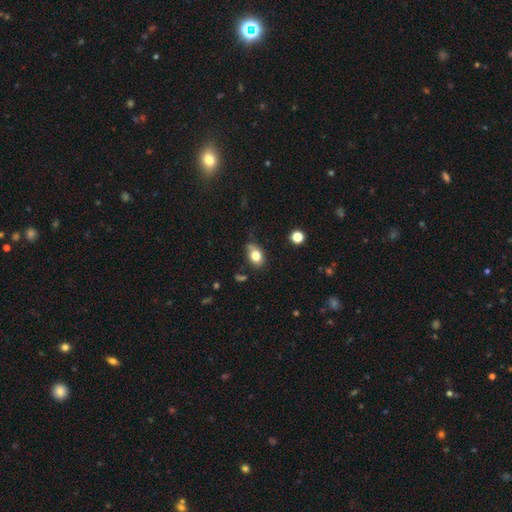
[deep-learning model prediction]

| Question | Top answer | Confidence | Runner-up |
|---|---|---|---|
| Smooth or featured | smooth | 78% | featured or disk (12%) |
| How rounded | in between | 74% | round (24%) |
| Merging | none | 59% | minor disturbance (29%) |